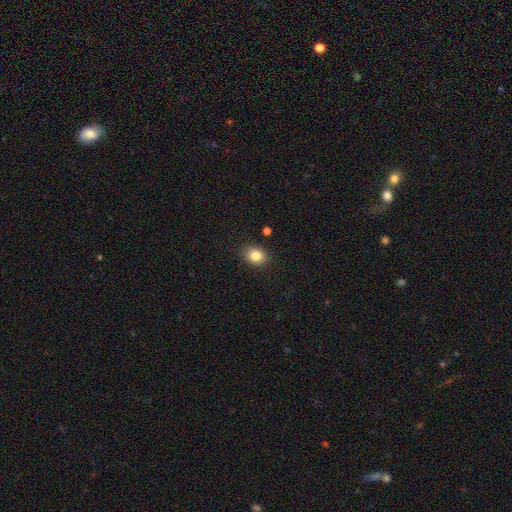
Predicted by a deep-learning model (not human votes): Q: Smooth or featured?
A: smooth (84%); runner-up: star or artifact (10%)
Q: How rounded?
A: in between (50%); runner-up: round (49%)
Q: Merging?
A: none (86%); runner-up: minor disturbance (10%)